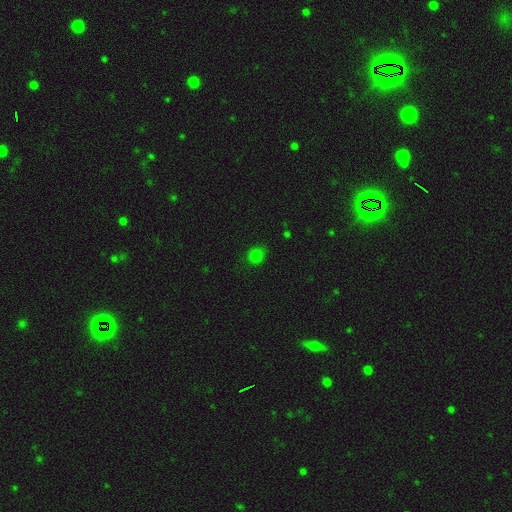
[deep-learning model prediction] The model was most divided on "smooth or featured": smooth: 77%, star or artifact: 19%, featured or disk: 4%. More confident: merging — none (83%); how rounded — round (81%).